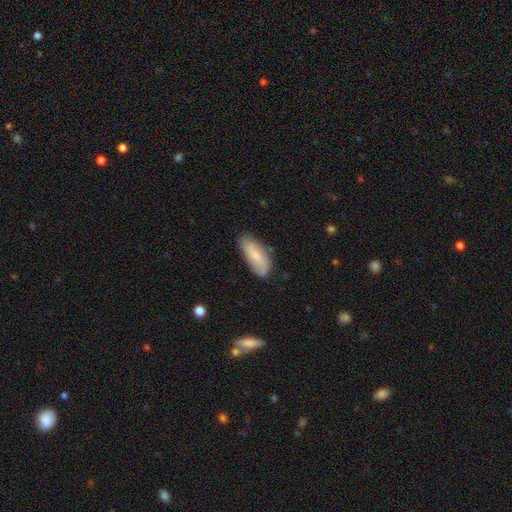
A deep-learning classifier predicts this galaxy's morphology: This is likely a smooth galaxy (74%). How rounded: likely in between (78%). Merging: likely none (70%).